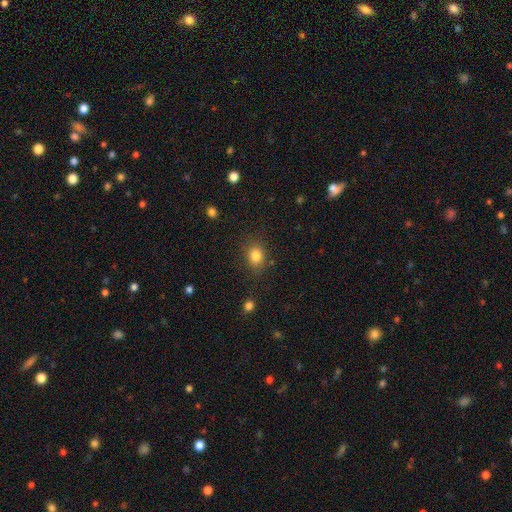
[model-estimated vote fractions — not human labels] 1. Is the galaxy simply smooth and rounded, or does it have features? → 82% smooth, 11% star or artifact, 6% featured or disk.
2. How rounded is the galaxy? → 56% round, 43% in between, 1% cigar-shaped.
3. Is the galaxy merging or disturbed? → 80% none, 13% minor disturbance, 4% major disturbance, 3% merger.